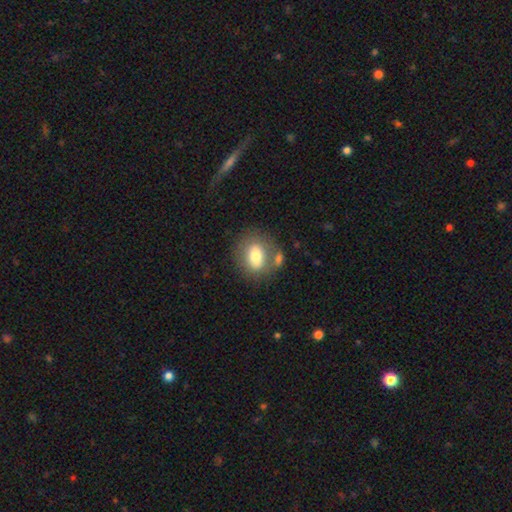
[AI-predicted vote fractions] Q: Smooth or featured?
A: smooth (72%); runner-up: featured or disk (20%)
Q: How rounded?
A: in between (58%); runner-up: round (40%)
Q: Merging?
A: none (59%); runner-up: merger (17%)